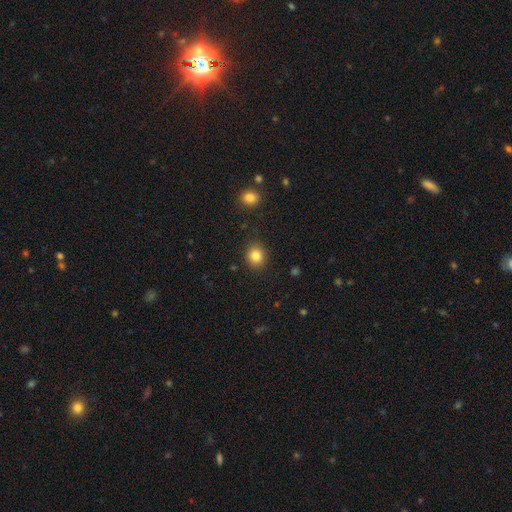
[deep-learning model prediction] Smooth or featured? smooth (84%)
How rounded? round (82%)
Merging? none (89%)